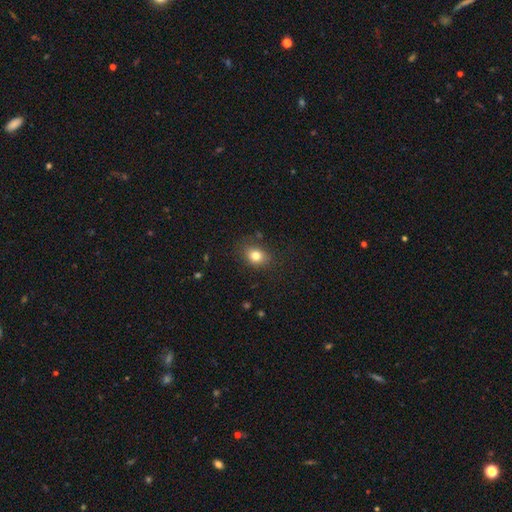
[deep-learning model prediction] smooth-or-featured: smooth: 80% | star or artifact: 12% | featured or disk: 8%
  how-rounded: in between: 50% | round: 49% | cigar-shaped: 1%
  merging: none: 81% | minor disturbance: 13% | major disturbance: 4% | merger: 2%